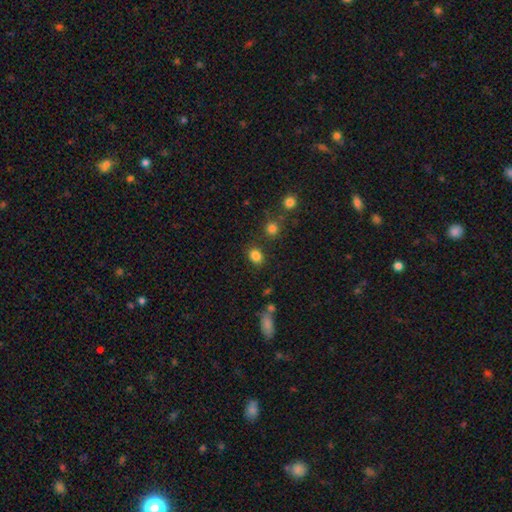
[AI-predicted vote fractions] Smooth or featured? smooth (84%)
How rounded? in between (52%)
Merging? none (81%)